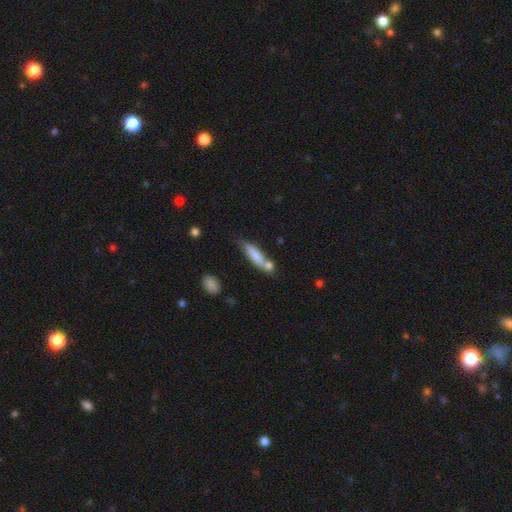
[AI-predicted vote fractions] smooth 76%, featured or disk 17%, star or artifact 6%. Down the decision tree: how rounded — cigar-shaped (77%); merging — none (50%).